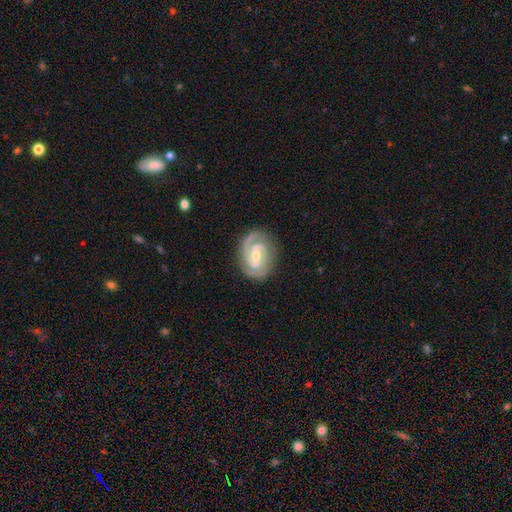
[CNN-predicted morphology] A featured or disk galaxy (91%) with a weak bar (46%), 2 (74%) tight (64%) spiral arms (98%) and a small central bulge (50%). Merging: none (82%).